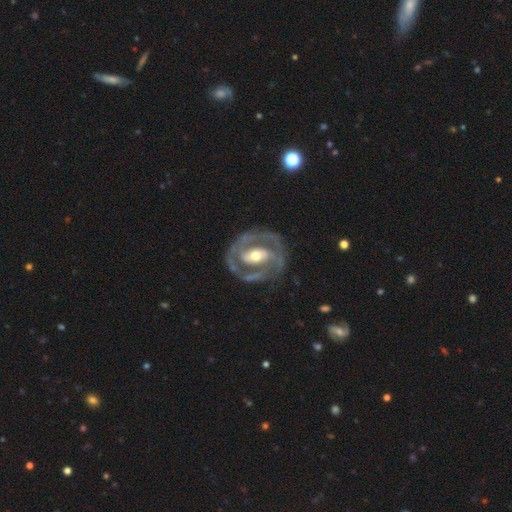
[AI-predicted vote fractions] A featured or disk galaxy (88%) with no bar (36%), 2 (76%) tight (53%) spiral arms (91%) and a moderate central bulge (69%). Merging: none (76%).